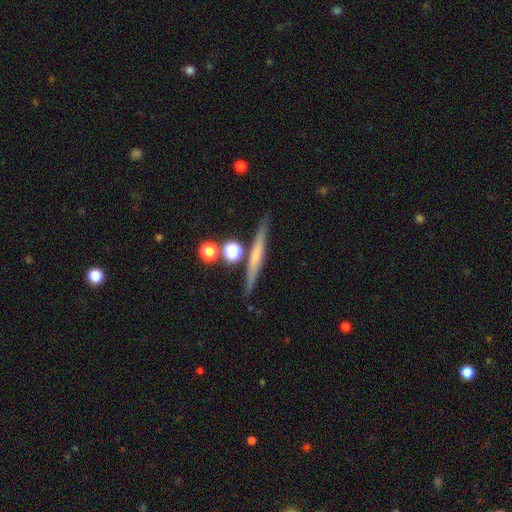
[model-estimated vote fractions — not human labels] A featured or disk galaxy (50%) viewed edge-on (95%). Merging: none (84%).